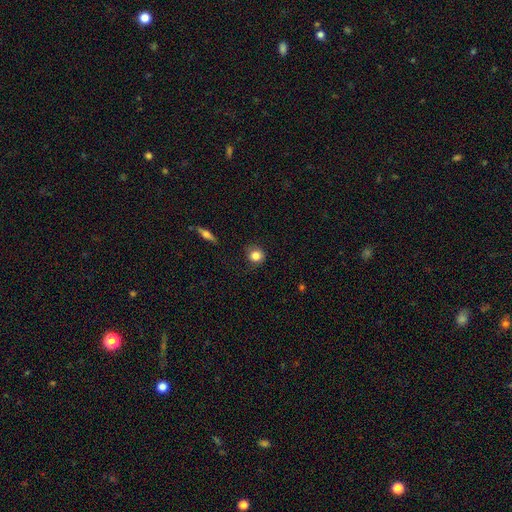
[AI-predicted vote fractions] Smooth or featured: smooth — 82% (star or artifact — 10%)
How rounded: round — 88% (in between — 11%)
Merging: none — 76% (minor disturbance — 18%)